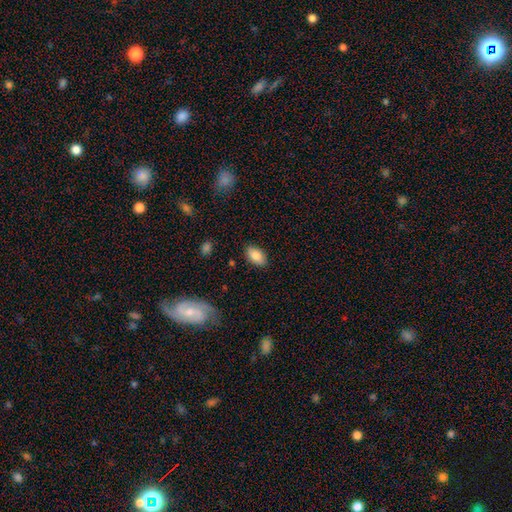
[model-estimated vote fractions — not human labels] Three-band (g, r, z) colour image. It shows a smooth galaxy with no disk features (84%) that is in between round and cigar-shaped (92%). Merging: none (85%).